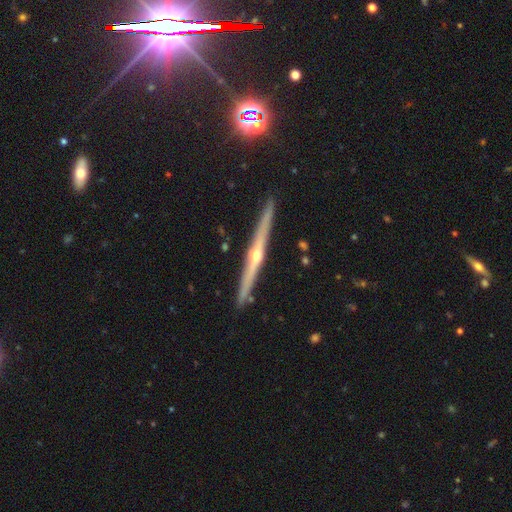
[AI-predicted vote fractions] smooth-or-featured: featured or disk: 82% | smooth: 11% | star or artifact: 7%
  disk-edge-on: yes: 98% | no: 2%
    edge-on-bulge: rounded: 85% | none: 12% | boxy: 3%
  merging: none: 91% | minor disturbance: 6% | merger: 1% | major disturbance: 1%